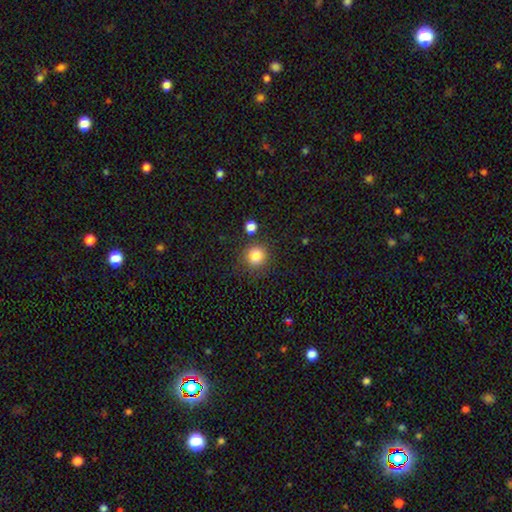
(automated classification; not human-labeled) Q: Smooth or featured?
A: smooth (84%); runner-up: star or artifact (11%)
Q: How rounded?
A: round (92%); runner-up: in between (8%)
Q: Merging?
A: none (80%); runner-up: minor disturbance (9%)